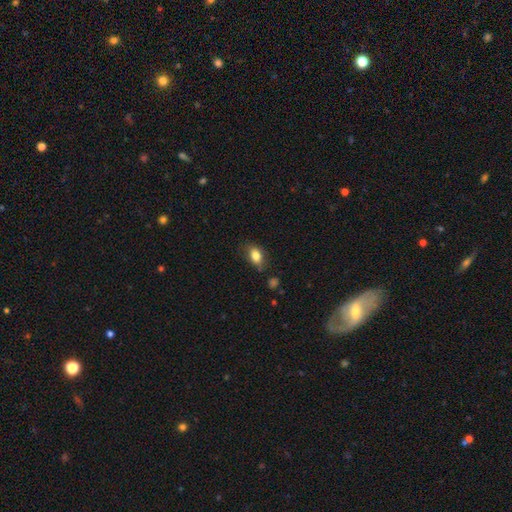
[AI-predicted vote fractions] Smooth or featured: smooth — 82% (featured or disk — 9%)
How rounded: in between — 82% (round — 15%)
Merging: none — 72% (minor disturbance — 21%)